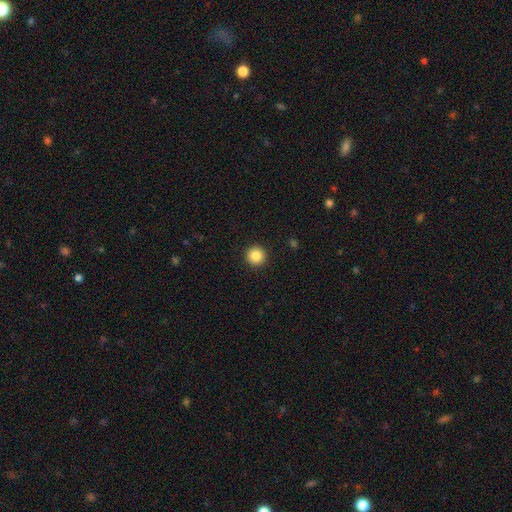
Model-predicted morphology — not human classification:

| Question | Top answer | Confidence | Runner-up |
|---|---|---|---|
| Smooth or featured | smooth | 86% | star or artifact (10%) |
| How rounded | round | 96% | in between (3%) |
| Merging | none | 93% | minor disturbance (4%) |